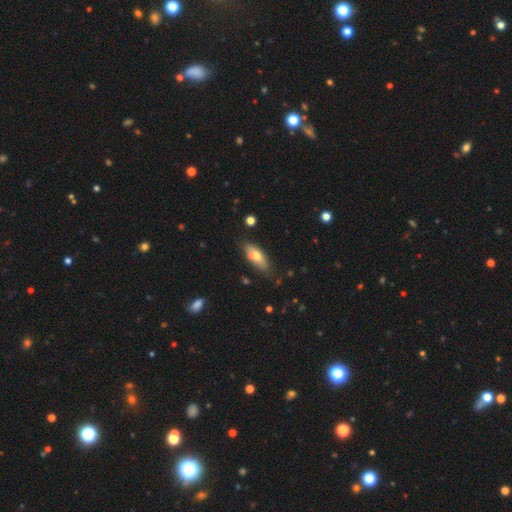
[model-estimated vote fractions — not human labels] Overall: smooth (61%; featured or disk 32%). How rounded: in between (69%). Merging: none (69%).